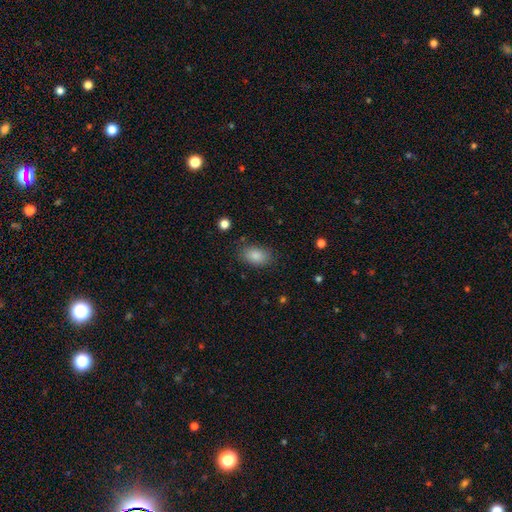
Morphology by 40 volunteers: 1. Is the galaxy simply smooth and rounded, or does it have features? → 88% smooth, 10% star or artifact, 2% featured or disk.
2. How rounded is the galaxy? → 80% in between, 17% round, 3% cigar-shaped.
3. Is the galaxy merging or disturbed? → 89% none, 8% minor disturbance, 3% merger, 0% major disturbance.